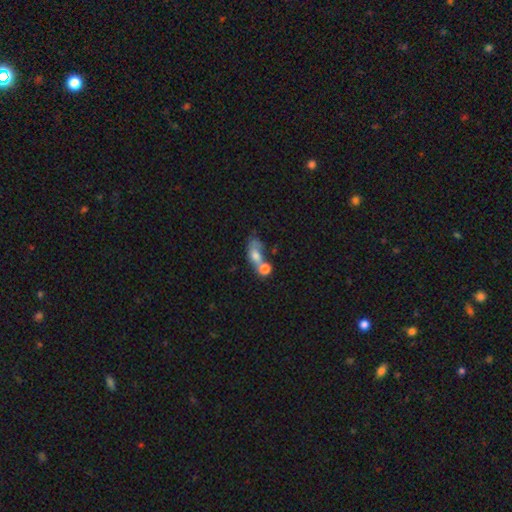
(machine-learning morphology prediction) A smooth galaxy with no disk features (66%) that is in between round and cigar-shaped (68%).

Vote fractions:
- Smooth or featured? smooth: 66% / featured or disk: 23% / star or artifact: 11%
- How rounded? in between: 68% / round: 25% / cigar-shaped: 8%
- Merging? merger: 59% / none: 19% / major disturbance: 12% / minor disturbance: 10%